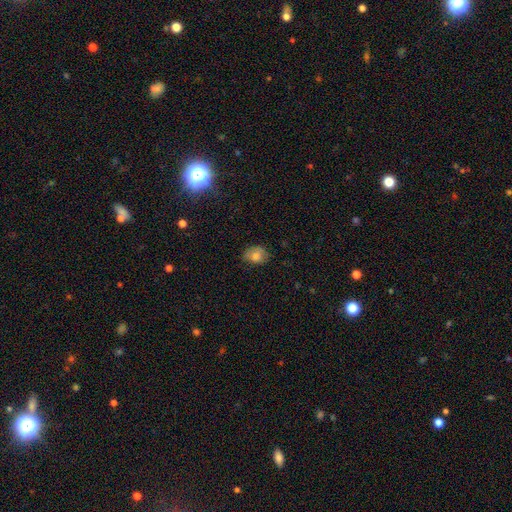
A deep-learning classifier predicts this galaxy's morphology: smooth_or_featured: smooth (p=0.76) [alt: featured or disk p=0.13]
how_rounded: in between (p=0.60) [alt: round p=0.39]
merging: none (p=0.65) [alt: minor disturbance p=0.27]